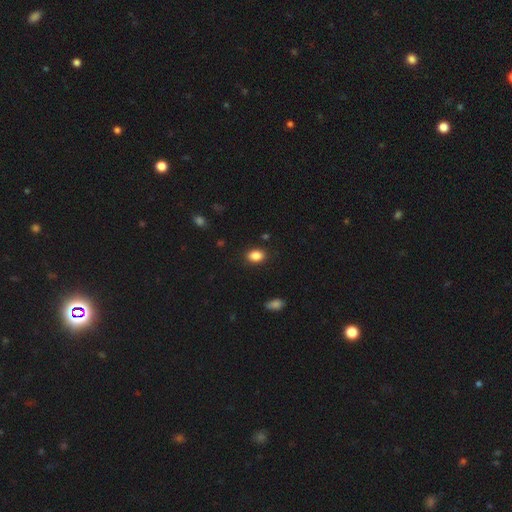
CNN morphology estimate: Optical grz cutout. It shows a smooth galaxy with no disk features (87%) that is in between round and cigar-shaped (76%). Merging: none (87%).